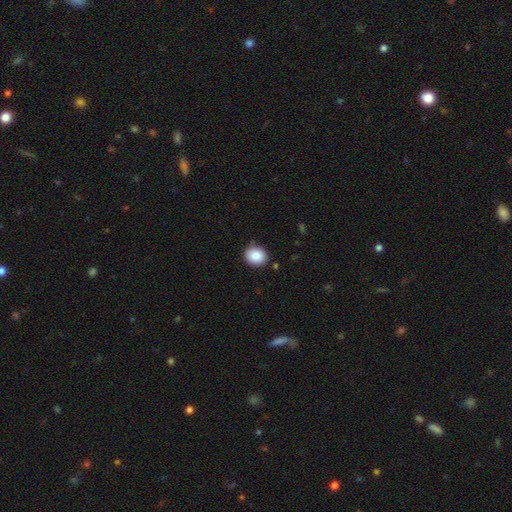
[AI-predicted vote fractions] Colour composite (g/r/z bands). It shows a smooth galaxy with no disk features (87%) that is round (66%). Merging: none (83%).